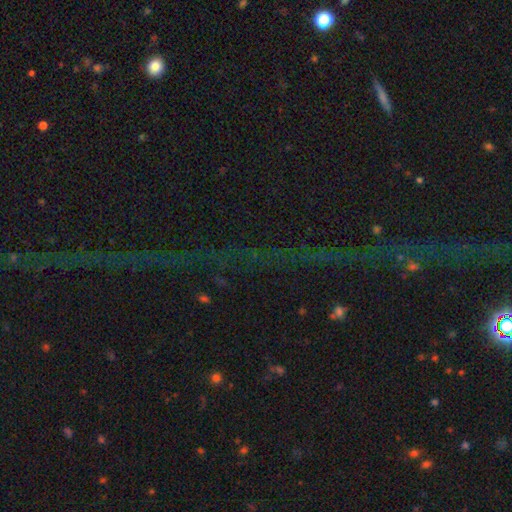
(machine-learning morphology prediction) Q: Smooth or featured?
A: star or artifact (74%); runner-up: featured or disk (16%)